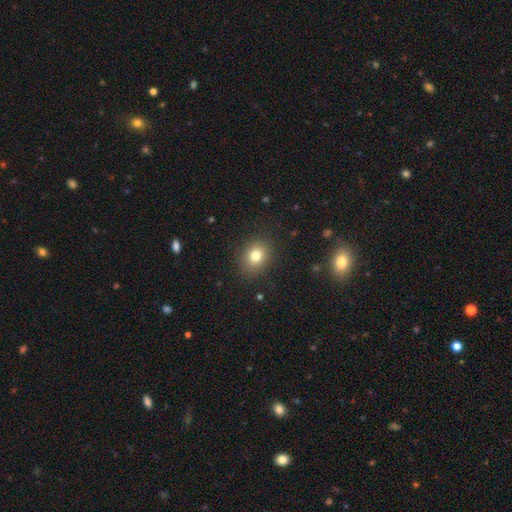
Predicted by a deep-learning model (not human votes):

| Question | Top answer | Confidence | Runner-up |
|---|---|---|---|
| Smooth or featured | smooth | 78% | star or artifact (12%) |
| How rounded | round | 54% | in between (45%) |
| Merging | none | 86% | minor disturbance (9%) |